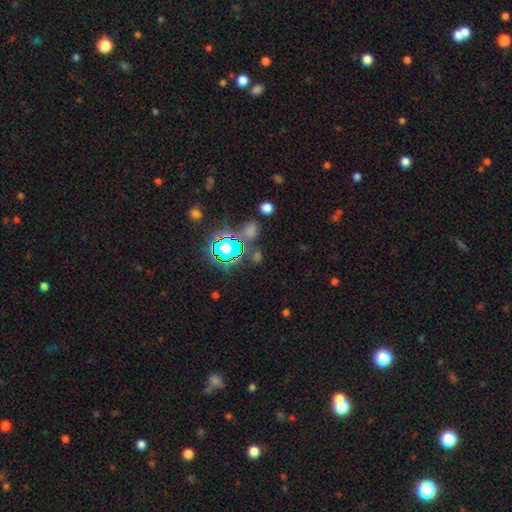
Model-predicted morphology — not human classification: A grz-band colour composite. It shows a star or artifact, not a galaxy (59%).